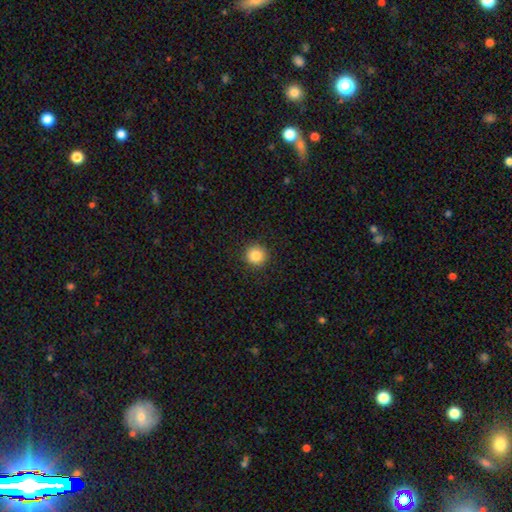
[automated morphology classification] Overall: smooth (85%). How rounded: round (95%). Merging: none (92%).